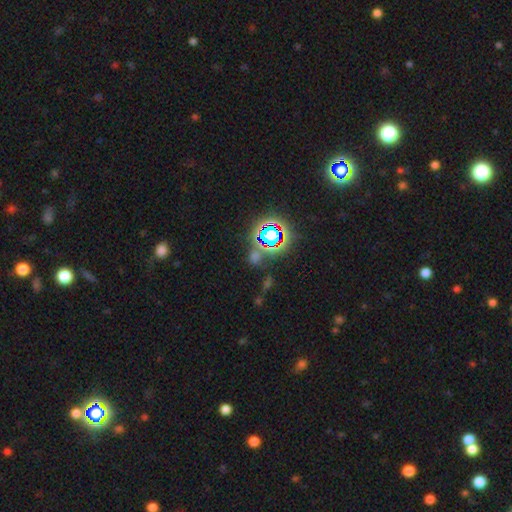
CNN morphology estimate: A star or artifact, not a galaxy (64%).